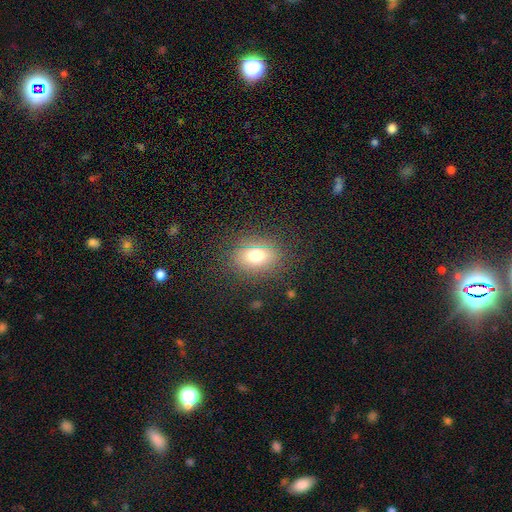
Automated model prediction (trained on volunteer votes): This is likely a smooth galaxy (72%). How rounded: possibly in between (58%). Merging: clearly none (83%).